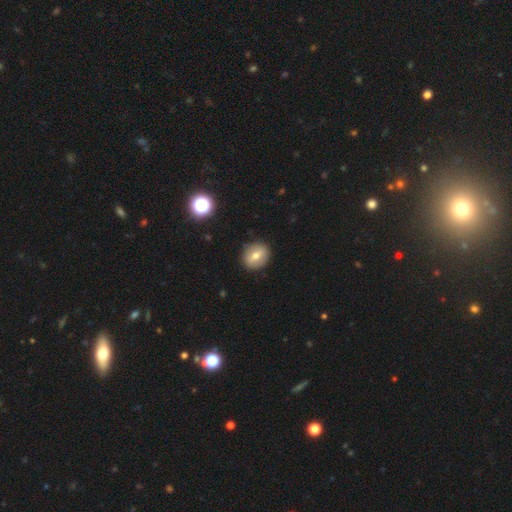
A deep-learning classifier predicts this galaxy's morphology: Smooth or featured: smooth — 62% (featured or disk — 28%)
How rounded: round — 70% (in between — 29%)
Merging: none — 88% (minor disturbance — 8%)